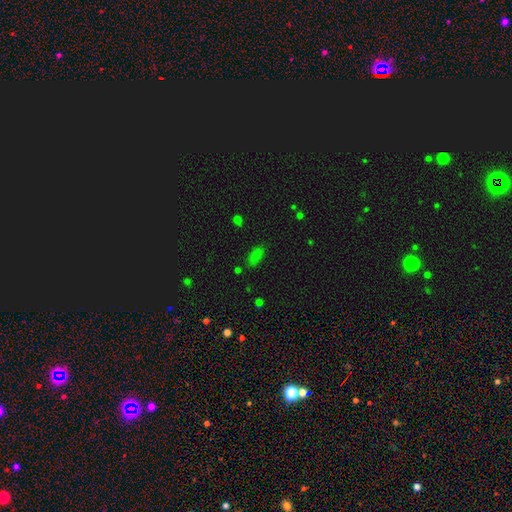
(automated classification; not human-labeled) Morphology: type=smooth (75%); roundness=in between (88%); merging=none (77%).